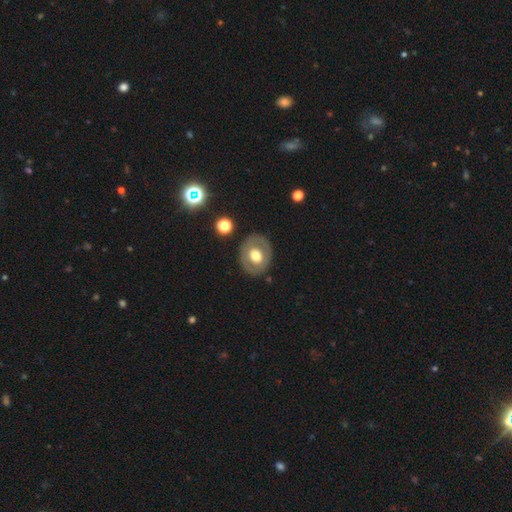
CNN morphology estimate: smooth_or_featured: smooth (p=0.48) [alt: featured or disk p=0.45]
merging: none (p=0.83) [alt: minor disturbance p=0.11]